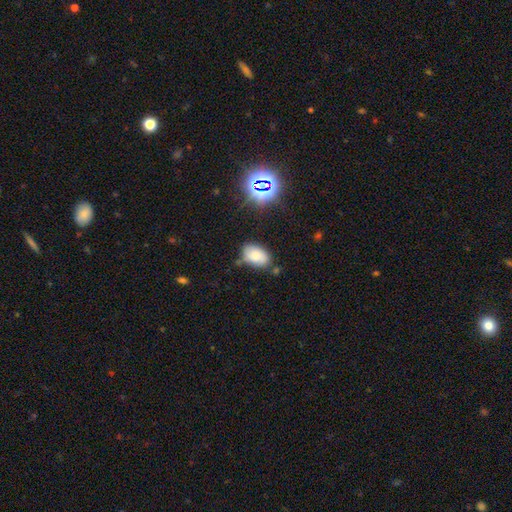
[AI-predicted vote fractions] smooth 77%, star or artifact 12%, featured or disk 10%. Down the decision tree: how rounded — in between (90%); merging — none (69%).